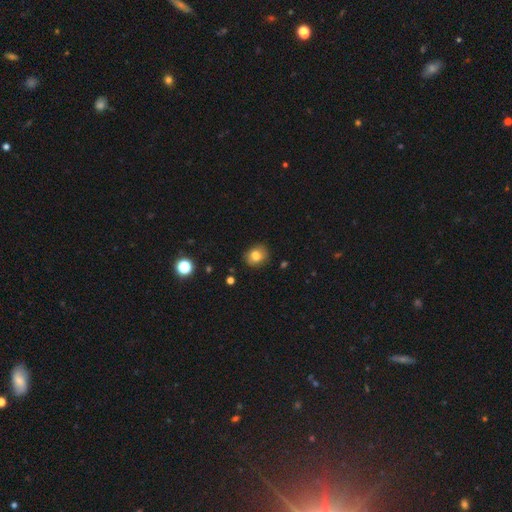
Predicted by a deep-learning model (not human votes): A smooth galaxy with no disk features (79%) that is round (60%).

Vote fractions:
- Smooth or featured? smooth: 79% / star or artifact: 11% / featured or disk: 11%
- How rounded? round: 60% / in between: 39% / cigar-shaped: 1%
- Merging? none: 84% / minor disturbance: 12% / major disturbance: 3% / merger: 1%